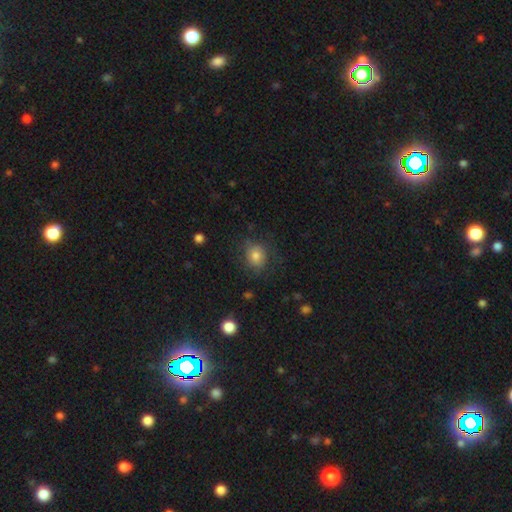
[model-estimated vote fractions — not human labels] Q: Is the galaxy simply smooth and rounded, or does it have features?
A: smooth — 74%.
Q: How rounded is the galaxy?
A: round — 61%.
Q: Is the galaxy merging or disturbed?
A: none — 71%.